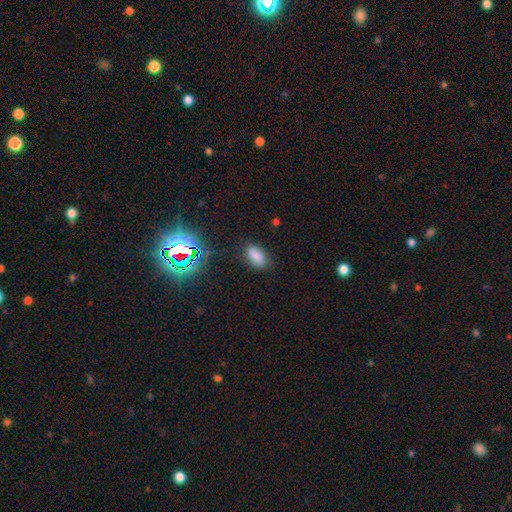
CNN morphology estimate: Smooth or featured? Predicted: smooth (p=0.79). How rounded? Predicted: in between (p=0.90). Merging? Predicted: none (p=0.82).